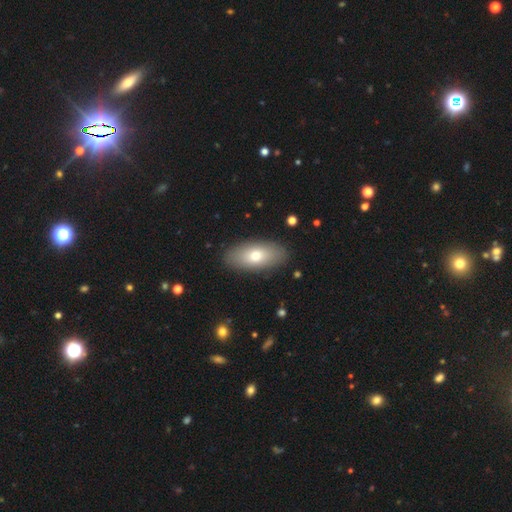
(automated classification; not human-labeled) Smooth or featured? Predicted: smooth (p=0.71). How rounded? Predicted: in between (p=0.88). Merging? Predicted: none (p=0.88).